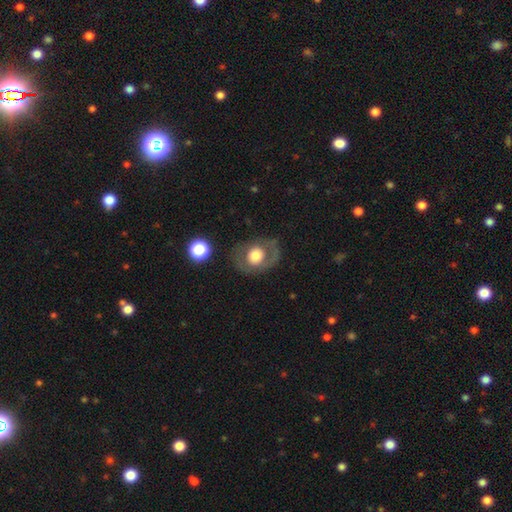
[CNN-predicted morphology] Smooth or featured? smooth (50%)
How rounded? round (59%)
Merging? none (73%)